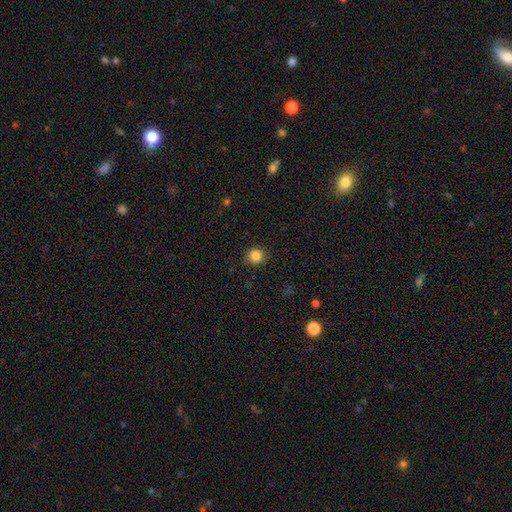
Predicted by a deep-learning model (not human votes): A smooth galaxy with no disk features (84%) that is round (86%).

Vote fractions:
- Smooth or featured? smooth: 84% / star or artifact: 11% / featured or disk: 5%
- How rounded? round: 86% / in between: 13% / cigar-shaped: 1%
- Merging? none: 89% / minor disturbance: 8% / major disturbance: 2% / merger: 1%